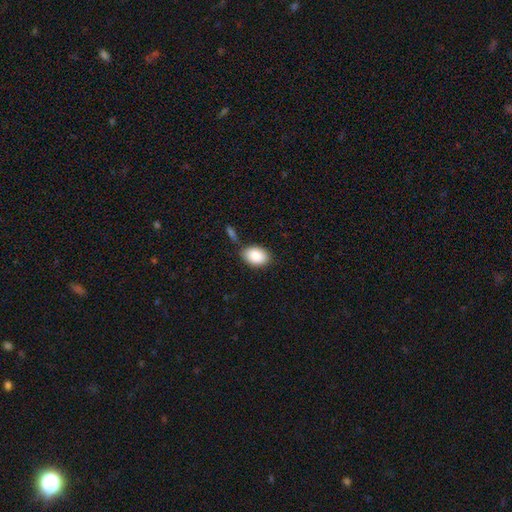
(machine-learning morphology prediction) smooth_or_featured: smooth (p=0.88) [alt: star or artifact p=0.06]
how_rounded: in between (p=0.87) [alt: round p=0.12]
merging: none (p=0.72) [alt: minor disturbance p=0.16]